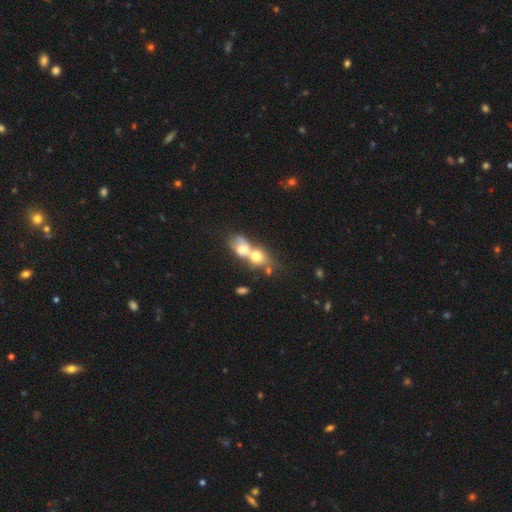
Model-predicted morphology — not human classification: Smooth or featured: smooth — 64% (featured or disk — 25%)
How rounded: round — 50% (in between — 47%)
Merging: merger — 76% (none — 14%)